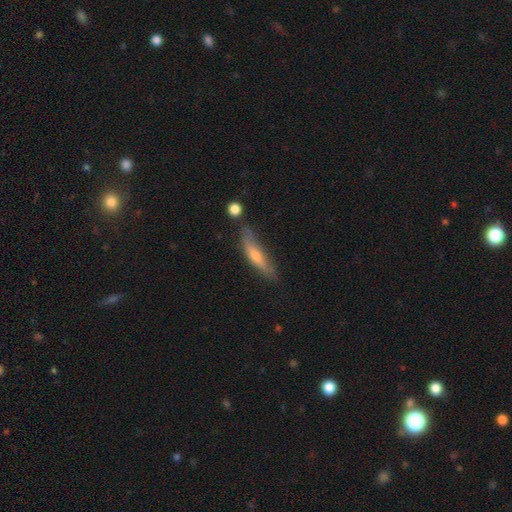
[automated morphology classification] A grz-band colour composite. It shows a smooth galaxy with no disk features (48%). Merging: none (65%).